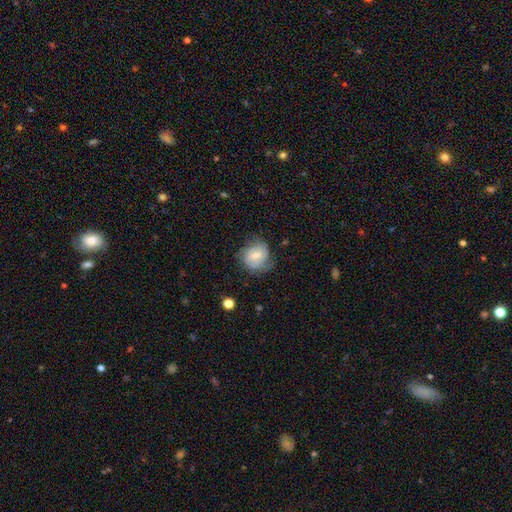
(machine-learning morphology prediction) A featured or disk galaxy (49%).

Vote fractions:
- Smooth or featured? featured or disk: 49% / smooth: 43% / star or artifact: 8%
- Merging? none: 55% / minor disturbance: 28% / major disturbance: 15% / merger: 2%